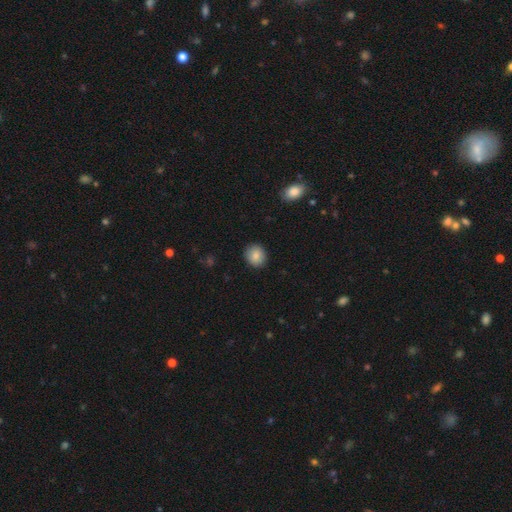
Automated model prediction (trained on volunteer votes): This appears to be a smooth galaxy with no disk features (86%) that is round (80%). Merging: none (90%).